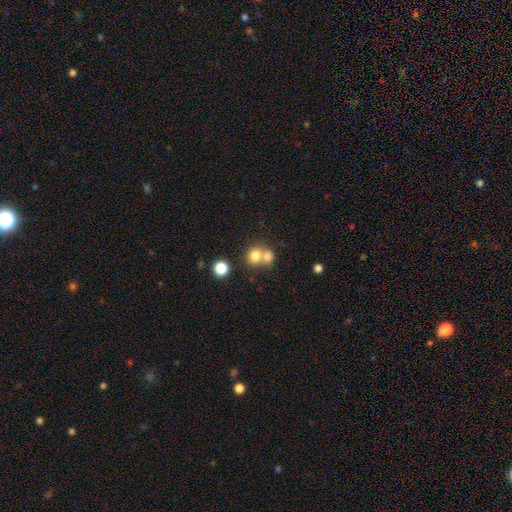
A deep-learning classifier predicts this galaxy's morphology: A smooth galaxy with no disk features (77%) that is round (75%). Merging: merger (56%).